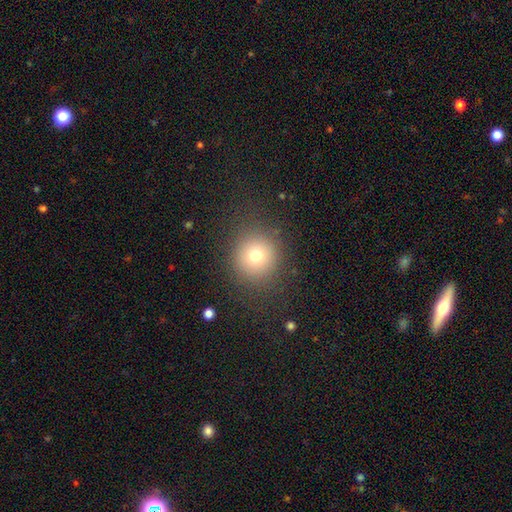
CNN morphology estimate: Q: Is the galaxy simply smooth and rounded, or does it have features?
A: smooth — 73%.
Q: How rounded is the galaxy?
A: round — 92%.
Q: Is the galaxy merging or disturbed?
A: none — 86%.